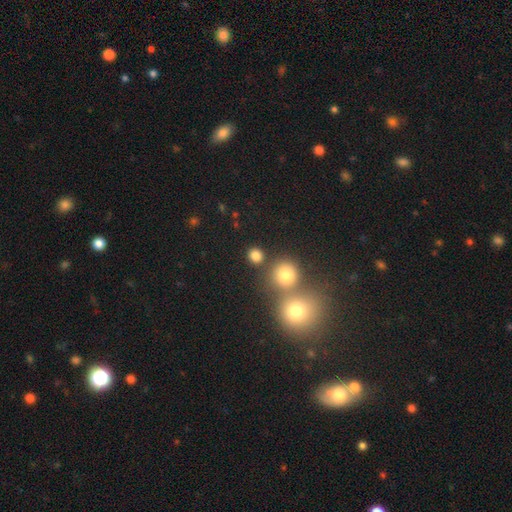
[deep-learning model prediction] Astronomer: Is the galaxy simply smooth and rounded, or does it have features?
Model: smooth — 81%.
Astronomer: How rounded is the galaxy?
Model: round — 84%.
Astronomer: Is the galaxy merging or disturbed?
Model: none — 78%.